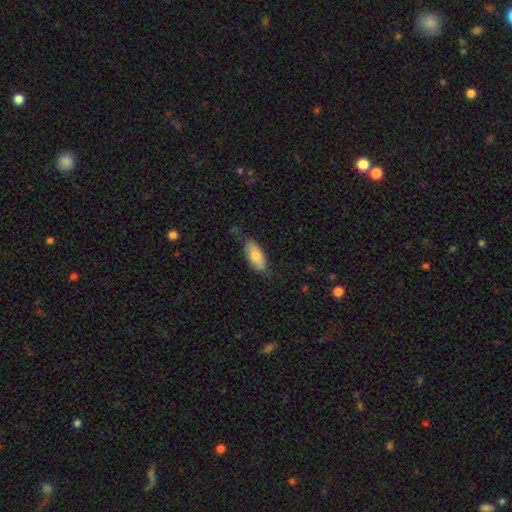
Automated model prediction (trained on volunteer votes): A smooth galaxy with no disk features (78%) that is in between round and cigar-shaped (85%). Merging: none (70%).